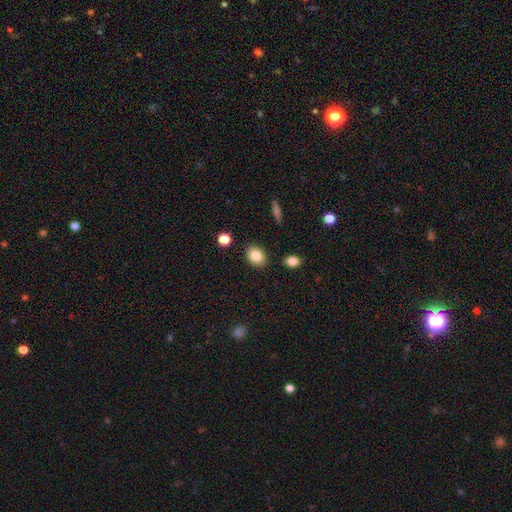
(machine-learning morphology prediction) type=smooth (85%); roundness=in between (67%); merging=none (86%).